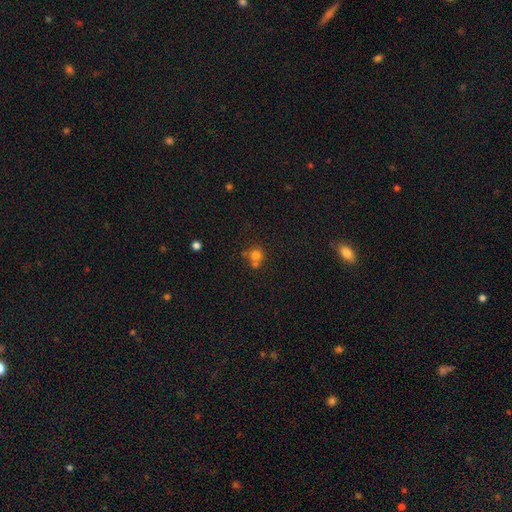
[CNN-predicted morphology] Smooth or featured? Predicted: smooth (p=0.74). How rounded? Predicted: round (p=0.87). Merging? Predicted: none (p=0.50).